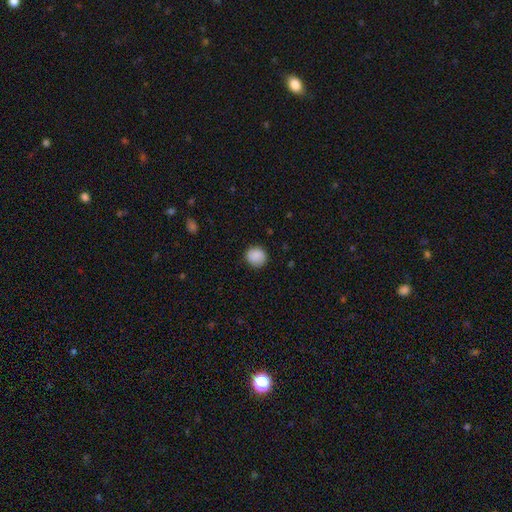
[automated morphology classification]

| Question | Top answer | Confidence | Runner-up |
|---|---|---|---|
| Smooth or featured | smooth | 88% | star or artifact (8%) |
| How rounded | round | 89% | in between (11%) |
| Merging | none | 87% | minor disturbance (10%) |